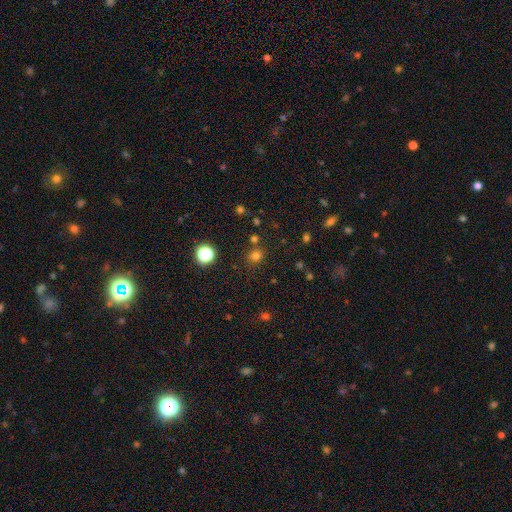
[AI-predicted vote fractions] A smooth galaxy with no disk features (72%) that is round (84%).

Vote fractions:
- Smooth or featured? smooth: 72% / star or artifact: 22% / featured or disk: 6%
- How rounded? round: 84% / in between: 15% / cigar-shaped: 1%
- Merging? none: 78% / minor disturbance: 10% / merger: 9% / major disturbance: 4%